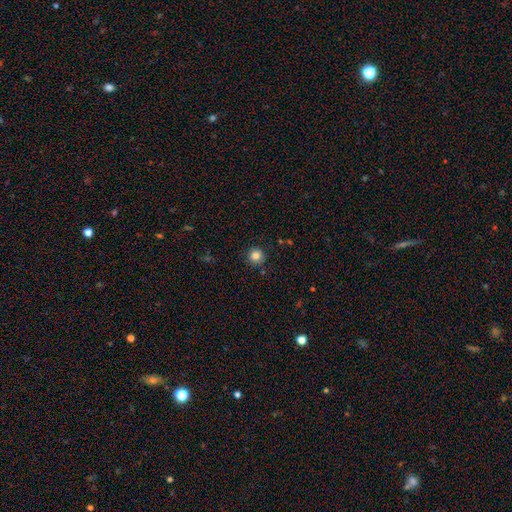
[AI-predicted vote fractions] smooth-or-featured: smooth: 84% | star or artifact: 11% | featured or disk: 5%
  how-rounded: round: 95% | in between: 4% | cigar-shaped: 1%
  merging: none: 90% | minor disturbance: 7% | major disturbance: 2% | merger: 2%